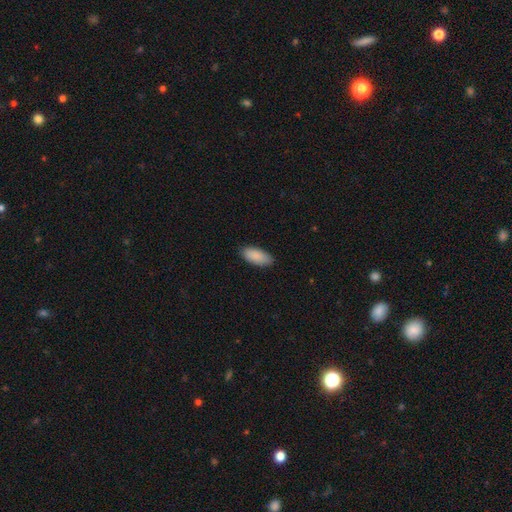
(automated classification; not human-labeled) smooth-or-featured: smooth: 90% | star or artifact: 6% | featured or disk: 4%
  how-rounded: in between: 88% | cigar-shaped: 11% | round: 2%
  merging: none: 87% | minor disturbance: 10% | major disturbance: 2% | merger: 1%